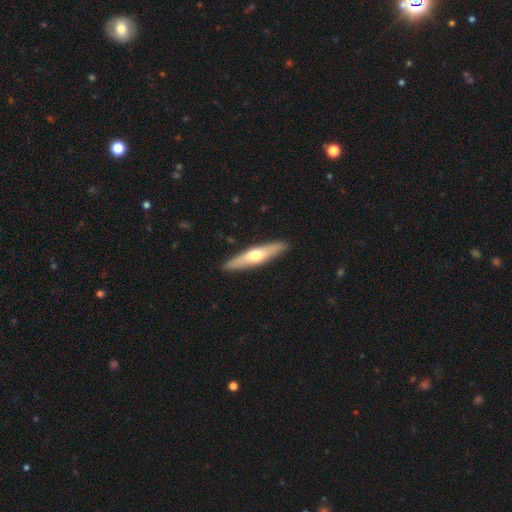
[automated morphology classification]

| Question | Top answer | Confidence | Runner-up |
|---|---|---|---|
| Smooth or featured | featured or disk | 49% | smooth (46%) |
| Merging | none | 90% | minor disturbance (8%) |